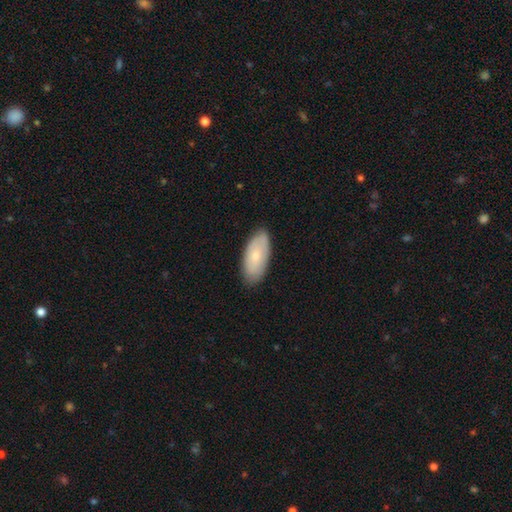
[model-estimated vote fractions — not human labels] A smooth galaxy with no disk features (69%) that is in between round and cigar-shaped (91%).

Vote fractions:
- Smooth or featured? smooth: 69% / featured or disk: 25% / star or artifact: 6%
- How rounded? in between: 91% / cigar-shaped: 7% / round: 2%
- Merging? none: 82% / minor disturbance: 15% / major disturbance: 2% / merger: 1%